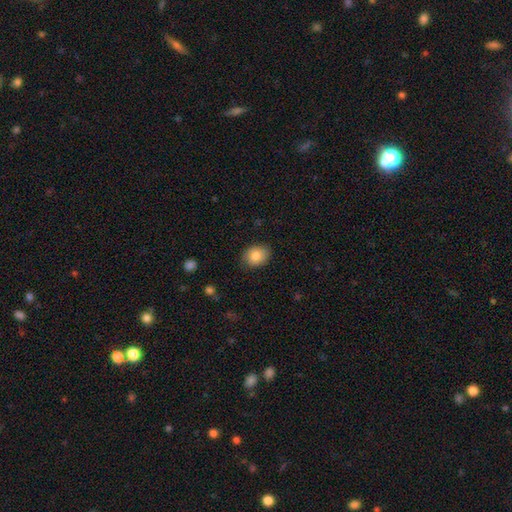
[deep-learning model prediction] This is clearly a smooth galaxy (85%). How rounded: likely in between (62%). Merging: clearly none (84%).